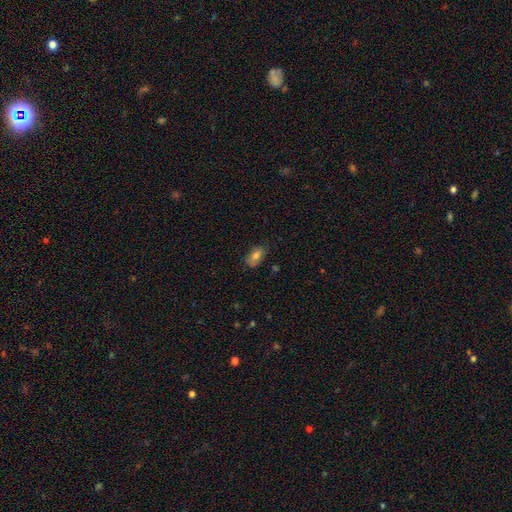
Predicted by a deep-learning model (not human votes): Morphology: type=smooth (77%); roundness=in between (89%); merging=none (73%).